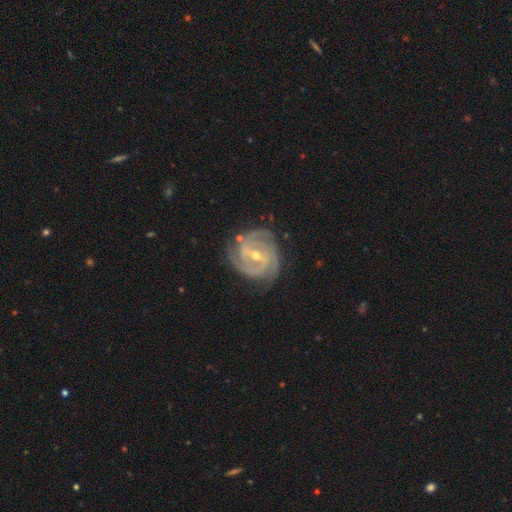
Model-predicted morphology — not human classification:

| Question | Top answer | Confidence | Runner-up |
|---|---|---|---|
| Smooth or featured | featured or disk | 91% | smooth (5%) |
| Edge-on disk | no | 97% | yes (3%) |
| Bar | weak | 47% | strong (37%) |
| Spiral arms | yes | 98% | no (2%) |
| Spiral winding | tight | 68% | medium (28%) |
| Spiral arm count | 3 | 37% | 2 (30%) |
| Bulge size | moderate | 50% | small (47%) |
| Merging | none | 77% | minor disturbance (17%) |